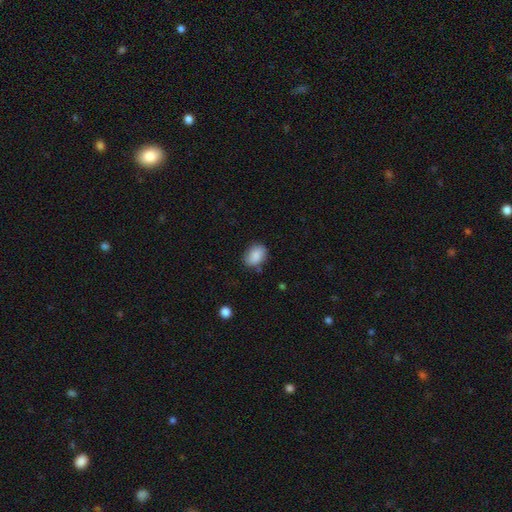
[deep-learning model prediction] Q: Smooth or featured?
A: smooth (85%); runner-up: featured or disk (8%)
Q: How rounded?
A: in between (70%); runner-up: round (29%)
Q: Merging?
A: none (74%); runner-up: minor disturbance (20%)